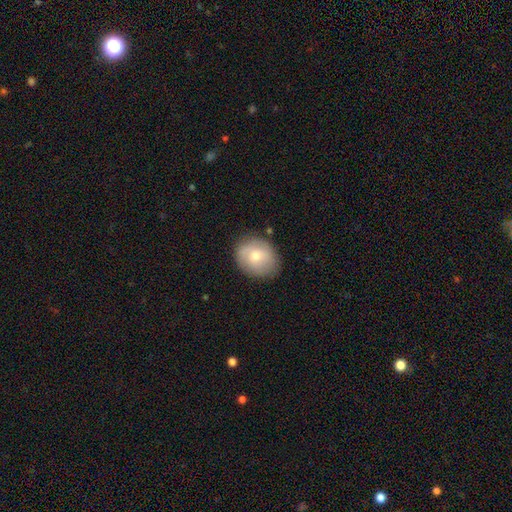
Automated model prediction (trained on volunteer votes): A smooth galaxy with no disk features (66%) that is round (55%). Merging: none (79%).